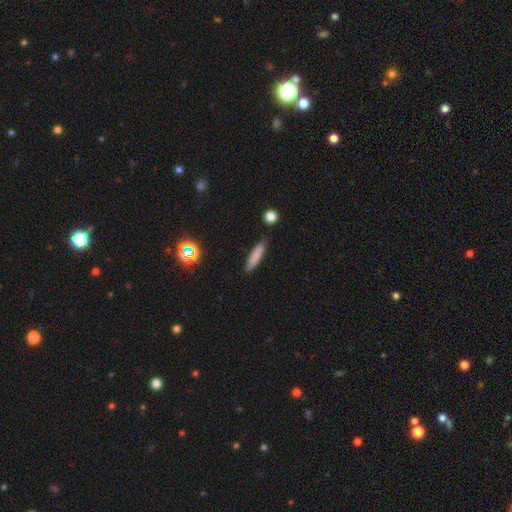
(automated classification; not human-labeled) A smooth galaxy with no disk features (80%) that is cigar-shaped (85%). Merging: none (85%).